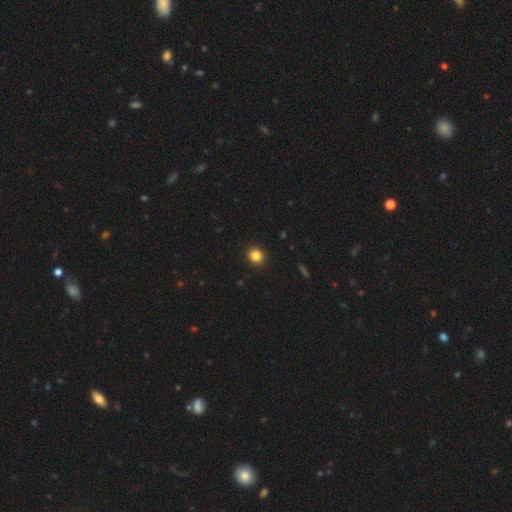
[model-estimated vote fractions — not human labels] This appears to be a smooth galaxy with no disk features (84%) that is round (85%). Merging: none (93%).